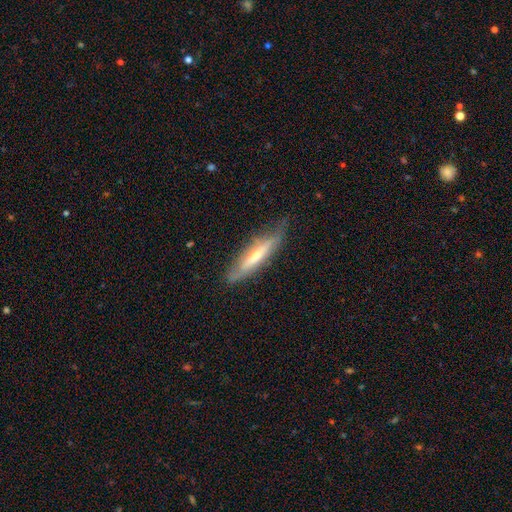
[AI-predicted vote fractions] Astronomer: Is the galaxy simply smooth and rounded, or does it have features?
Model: featured or disk — 58% (runner-up: smooth, 36%).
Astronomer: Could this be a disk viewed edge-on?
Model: yes — 81%.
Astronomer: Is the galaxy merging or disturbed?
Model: none — 73%.